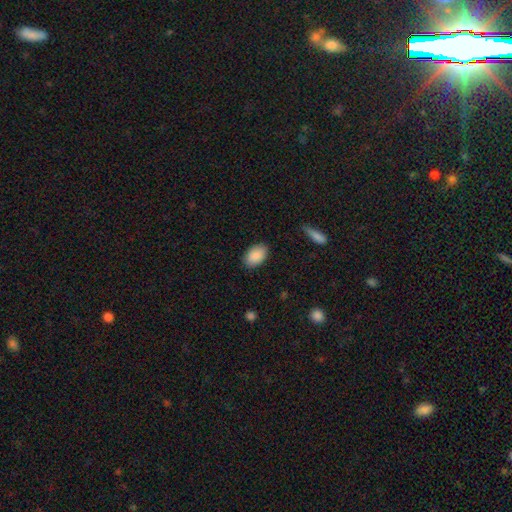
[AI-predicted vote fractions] Smooth or featured: smooth — 90% (star or artifact — 7%)
How rounded: in between — 92% (round — 7%)
Merging: none — 86% (minor disturbance — 10%)